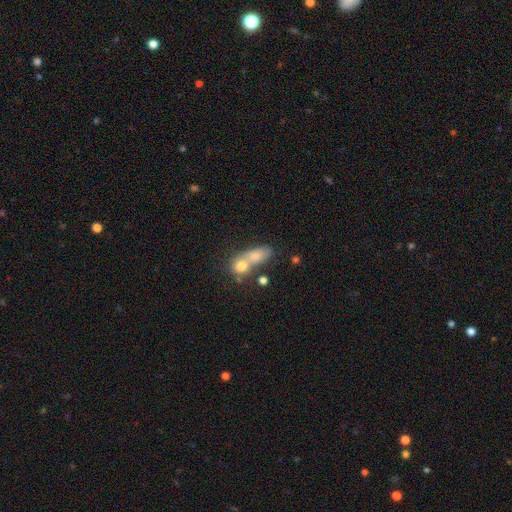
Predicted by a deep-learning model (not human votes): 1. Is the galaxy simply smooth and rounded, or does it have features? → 71% smooth, 18% featured or disk, 10% star or artifact.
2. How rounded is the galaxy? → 57% in between, 31% round, 12% cigar-shaped.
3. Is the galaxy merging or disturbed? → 58% merger, 26% none, 9% minor disturbance, 6% major disturbance.